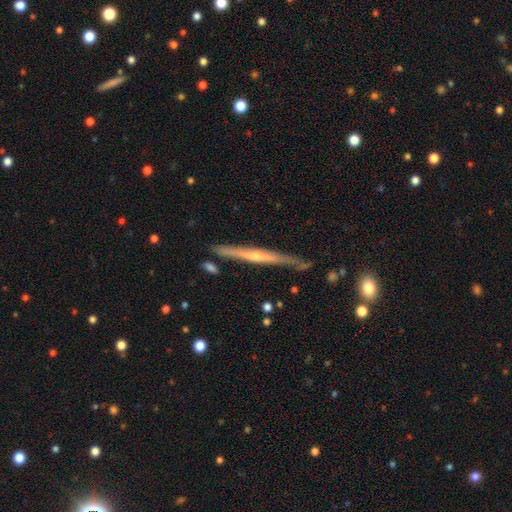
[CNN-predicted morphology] smooth-or-featured: featured or disk: 72% | smooth: 22% | star or artifact: 6%
  disk-edge-on: yes: 97% | no: 3%
    edge-on-bulge: rounded: 58% | none: 37% | boxy: 5%
  merging: none: 77% | minor disturbance: 16% | merger: 4% | major disturbance: 3%